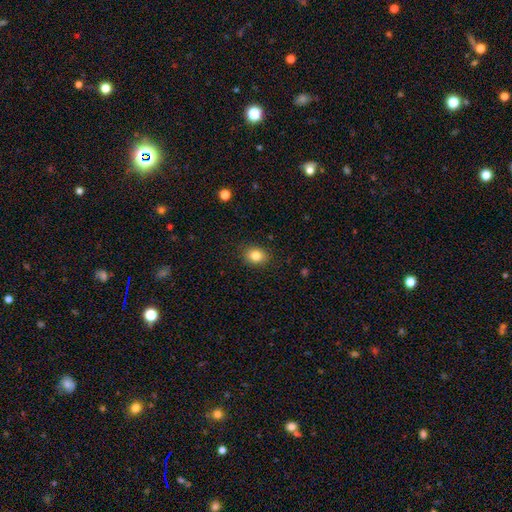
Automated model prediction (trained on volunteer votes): Smooth or featured? smooth (84%)
How rounded? round (52%)
Merging? none (88%)